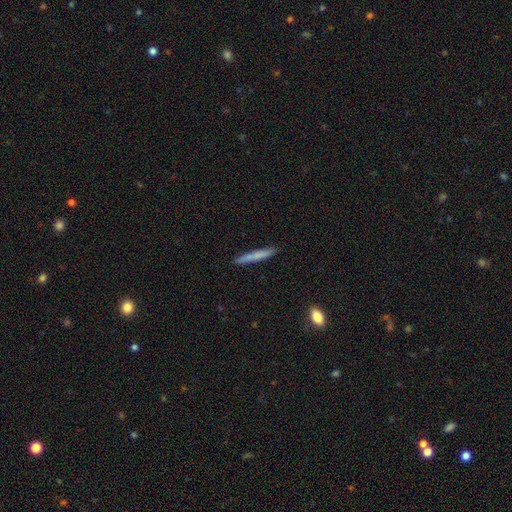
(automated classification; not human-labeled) Morphology: type=smooth (72%); roundness=cigar-shaped (96%); merging=none (90%).